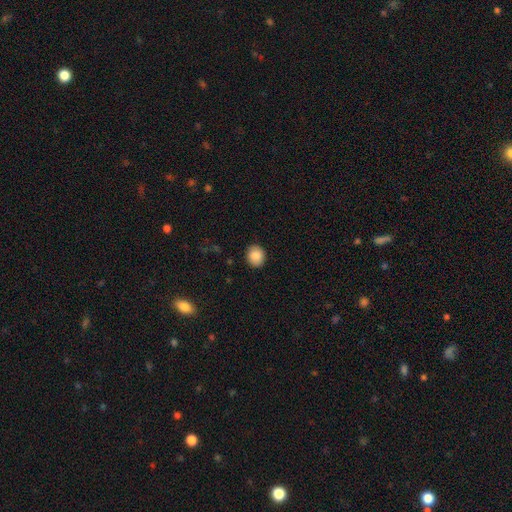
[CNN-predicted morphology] A smooth galaxy with no disk features (88%) that is round (70%).

Vote fractions:
- Smooth or featured? smooth: 88% / star or artifact: 8% / featured or disk: 4%
- How rounded? round: 70% / in between: 30% / cigar-shaped: 1%
- Merging? none: 89% / minor disturbance: 8% / major disturbance: 2% / merger: 1%